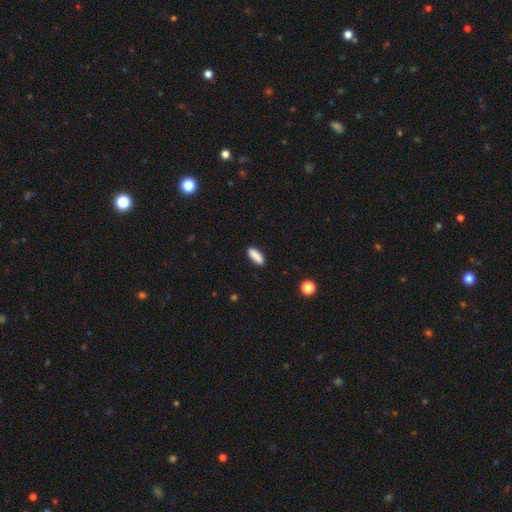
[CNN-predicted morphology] Q: Smooth or featured?
A: smooth (87%); runner-up: star or artifact (7%)
Q: How rounded?
A: in between (50%); runner-up: cigar-shaped (48%)
Q: Merging?
A: none (88%); runner-up: minor disturbance (8%)